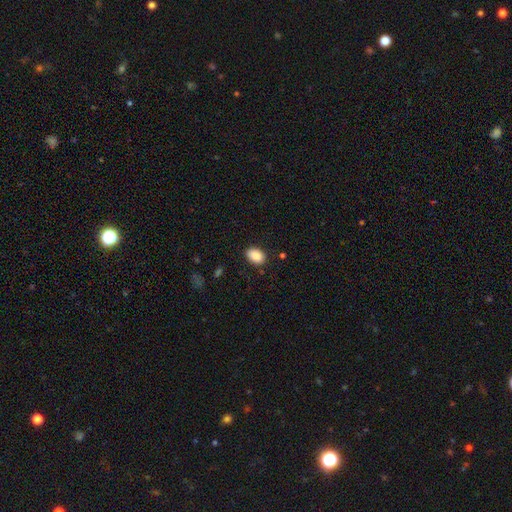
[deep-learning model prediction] Q: Smooth or featured?
A: smooth (89%); runner-up: star or artifact (8%)
Q: How rounded?
A: in between (85%); runner-up: round (14%)
Q: Merging?
A: none (86%); runner-up: minor disturbance (10%)